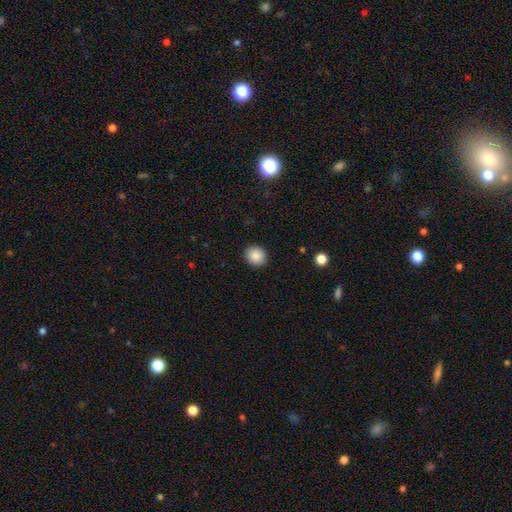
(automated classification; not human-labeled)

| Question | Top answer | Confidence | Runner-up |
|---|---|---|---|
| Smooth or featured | smooth | 88% | star or artifact (9%) |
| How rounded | round | 86% | in between (13%) |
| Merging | none | 91% | minor disturbance (6%) |